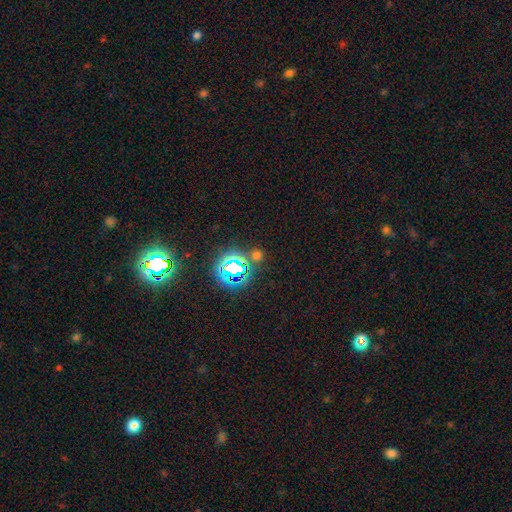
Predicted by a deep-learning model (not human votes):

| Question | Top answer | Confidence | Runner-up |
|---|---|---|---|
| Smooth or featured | star or artifact | 54% | smooth (39%) |